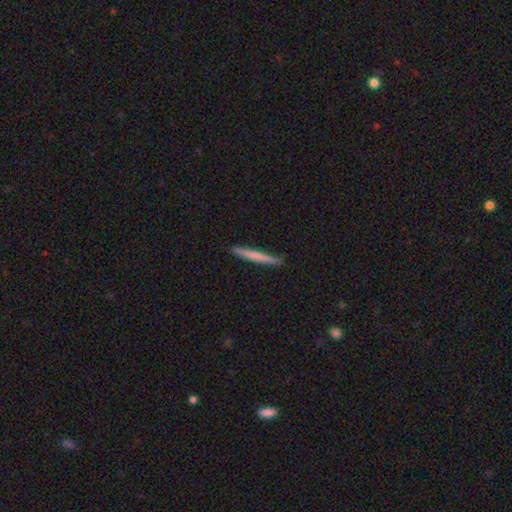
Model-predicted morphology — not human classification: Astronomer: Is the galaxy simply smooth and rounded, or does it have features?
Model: smooth — 64%.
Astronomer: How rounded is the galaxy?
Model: cigar-shaped — 97%.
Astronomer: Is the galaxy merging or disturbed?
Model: none — 90%.